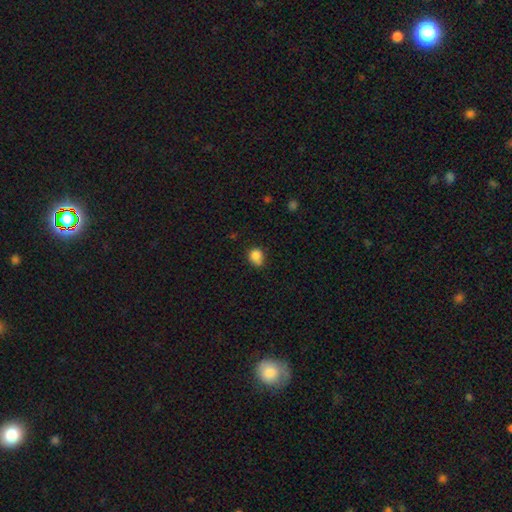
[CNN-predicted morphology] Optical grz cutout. It shows a smooth galaxy with no disk features (85%) that is round (70%). Merging: none (63%).